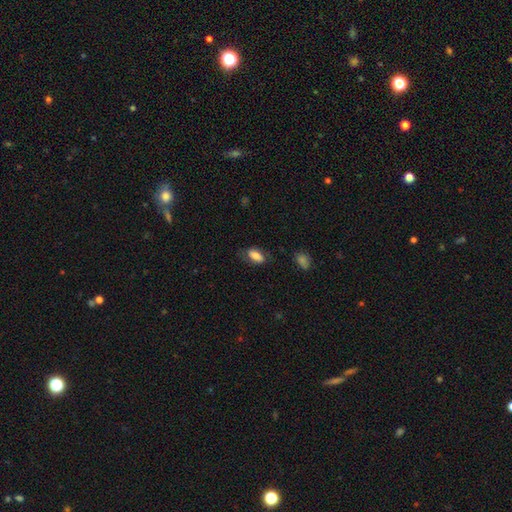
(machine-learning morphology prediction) type=smooth (72%); roundness=in between (88%); merging=none (68%).